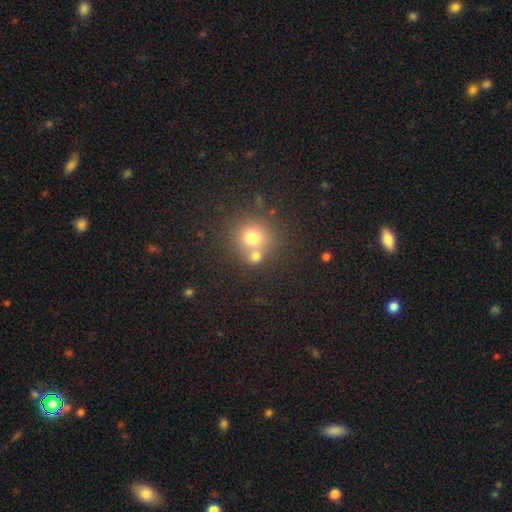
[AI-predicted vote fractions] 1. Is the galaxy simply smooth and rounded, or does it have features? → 73% smooth, 15% star or artifact, 12% featured or disk.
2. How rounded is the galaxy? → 83% round, 16% in between, 1% cigar-shaped.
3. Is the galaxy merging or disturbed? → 48% none, 41% merger, 8% minor disturbance, 4% major disturbance.